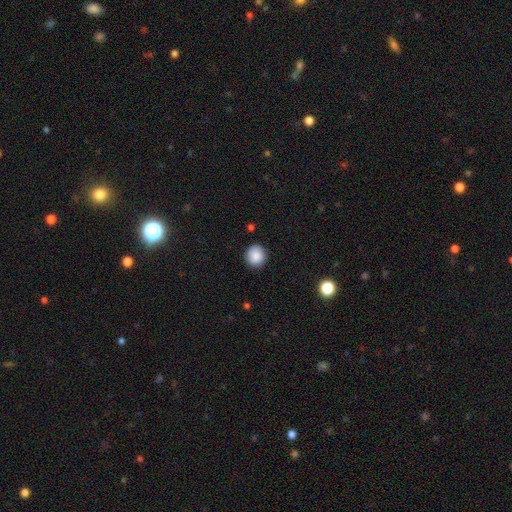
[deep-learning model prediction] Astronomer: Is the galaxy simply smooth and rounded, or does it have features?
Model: smooth — 87%.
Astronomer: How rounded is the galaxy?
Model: round — 87%.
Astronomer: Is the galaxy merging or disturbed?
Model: none — 87%.